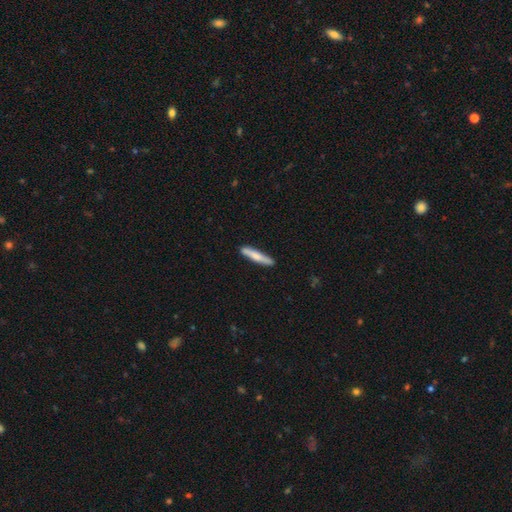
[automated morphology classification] This is likely a smooth galaxy (68%). How rounded: clearly cigar-shaped (92%). Merging: clearly none (88%).